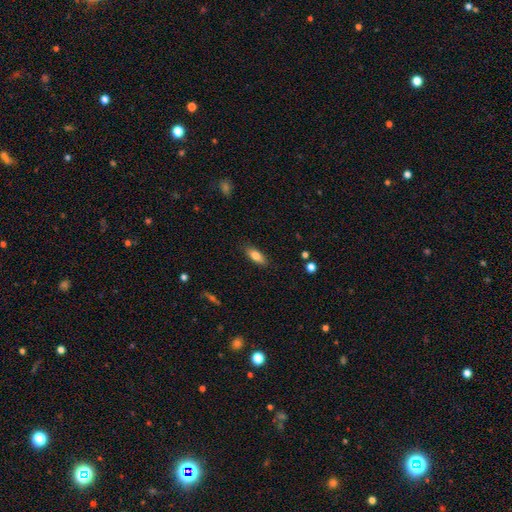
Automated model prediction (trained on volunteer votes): This is likely a smooth galaxy (79%). How rounded: likely in between (76%). Merging: clearly none (87%).